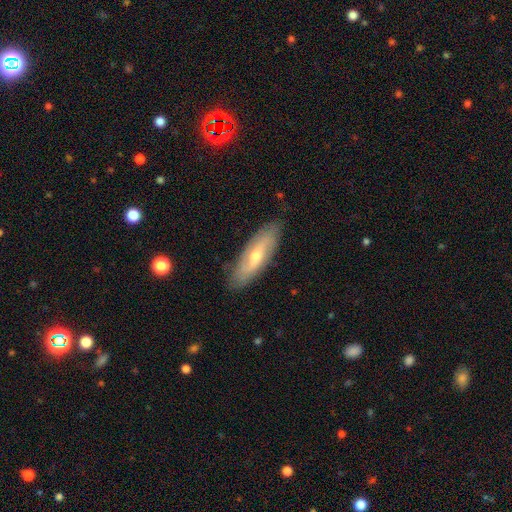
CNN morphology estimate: smooth-or-featured: featured or disk: 57% | smooth: 36% | star or artifact: 6%
  disk-edge-on: no: 73% | yes: 27%
  merging: none: 84% | minor disturbance: 12% | major disturbance: 2% | merger: 1%